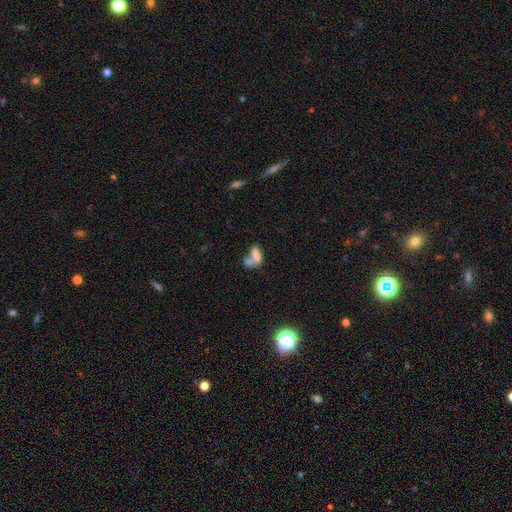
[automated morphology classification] This is likely a smooth galaxy (72%). How rounded: likely in between (80%). Merging: possibly merger (60%).